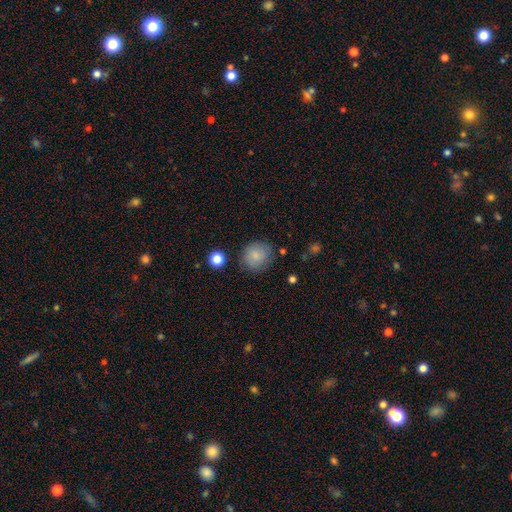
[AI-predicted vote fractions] The model was most divided on "merging": none: 80%, minor disturbance: 14%, major disturbance: 4%, merger: 2%. More confident: how rounded — round (85%); smooth or featured — smooth (83%).